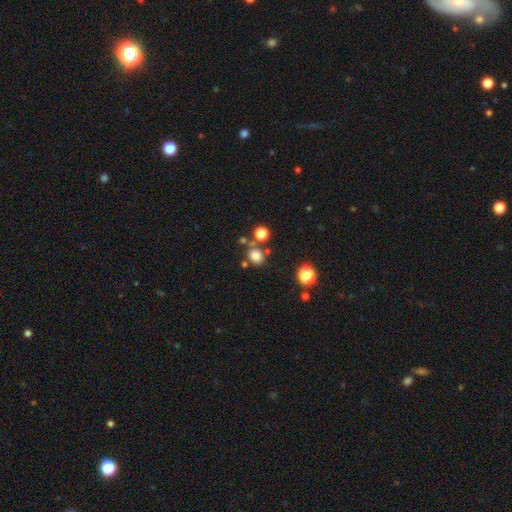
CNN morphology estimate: Q: Smooth or featured?
A: smooth (79%); runner-up: star or artifact (16%)
Q: How rounded?
A: round (65%); runner-up: in between (34%)
Q: Merging?
A: none (71%); runner-up: merger (14%)